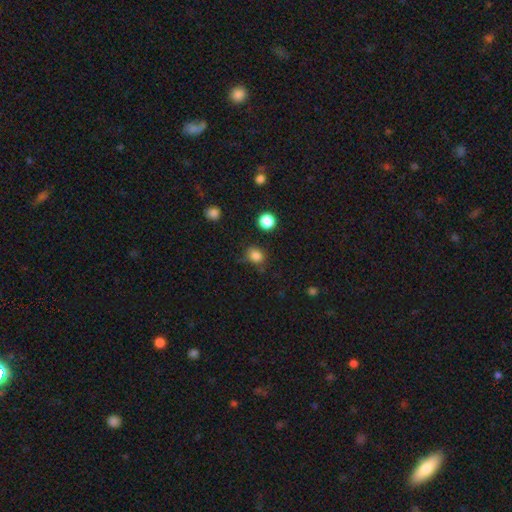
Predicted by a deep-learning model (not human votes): Smooth or featured? smooth (82%)
How rounded? round (63%)
Merging? none (72%)